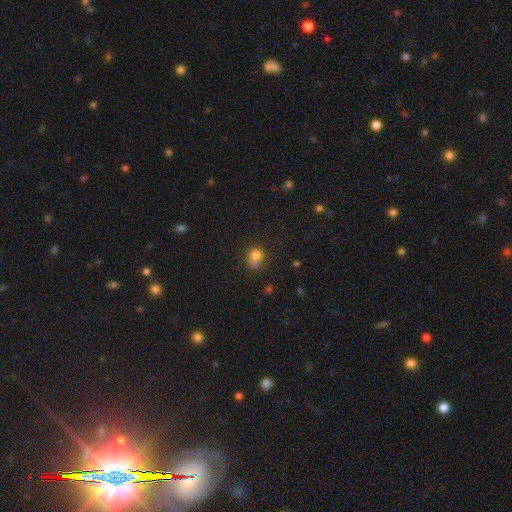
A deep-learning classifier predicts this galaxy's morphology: smooth-or-featured: smooth: 78% | star or artifact: 13% | featured or disk: 9%
  how-rounded: round: 61% | in between: 38% | cigar-shaped: 1%
  merging: none: 46% | minor disturbance: 30% | major disturbance: 13% | merger: 11%